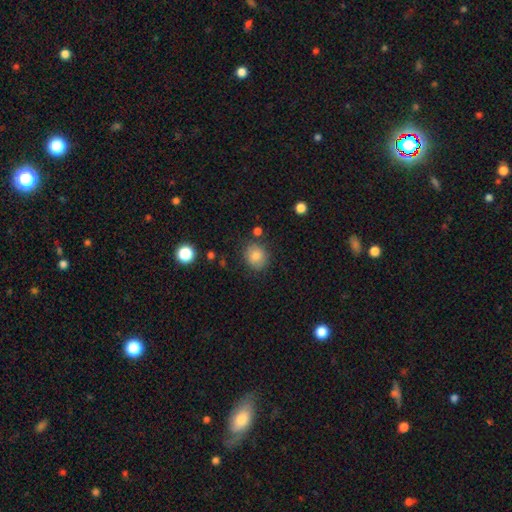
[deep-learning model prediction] Overall: smooth (81%). How rounded: round (76%). Merging: none (82%).